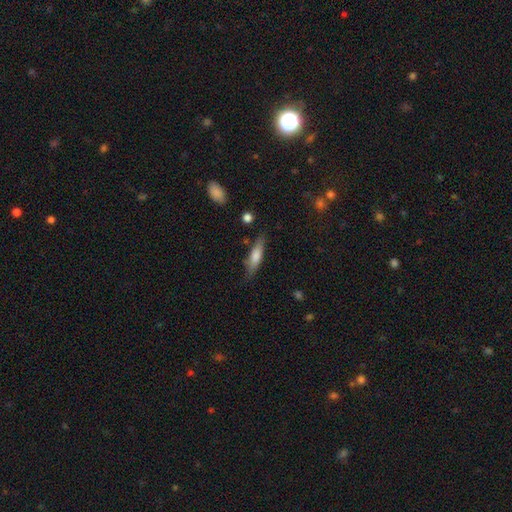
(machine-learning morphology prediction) smooth 66%, featured or disk 28%, star or artifact 6%. Down the decision tree: how rounded — cigar-shaped (71%); merging — none (77%).